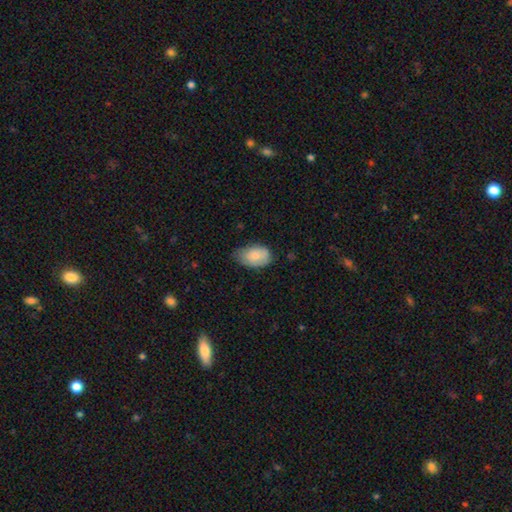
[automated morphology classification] Overall: smooth (84%). How rounded: in between (90%). Merging: none (51%; minor disturbance 39%).